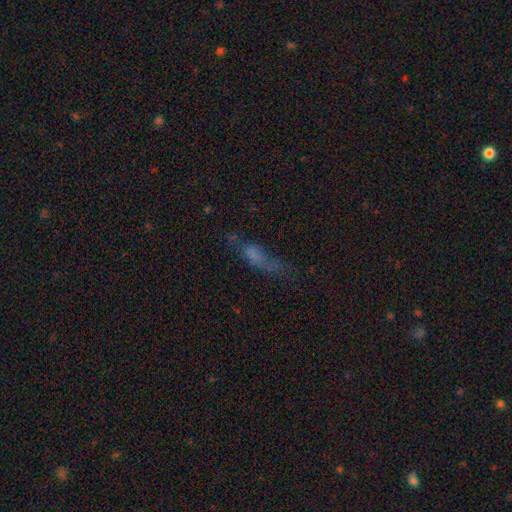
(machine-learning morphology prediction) Q: Smooth or featured?
A: smooth (52%); runner-up: featured or disk (30%)
Q: How rounded?
A: in between (49%); runner-up: cigar-shaped (46%)
Q: Merging?
A: none (37%); runner-up: major disturbance (32%)